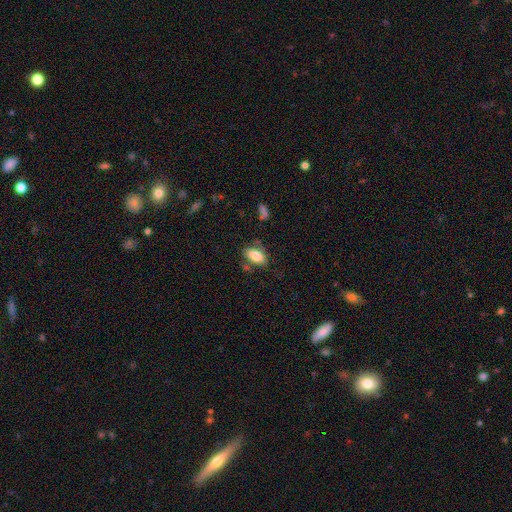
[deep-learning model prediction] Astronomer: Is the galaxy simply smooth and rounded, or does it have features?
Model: smooth — 84%.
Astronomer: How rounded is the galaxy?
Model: in between — 91%.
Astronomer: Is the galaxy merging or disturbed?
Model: none — 71%.